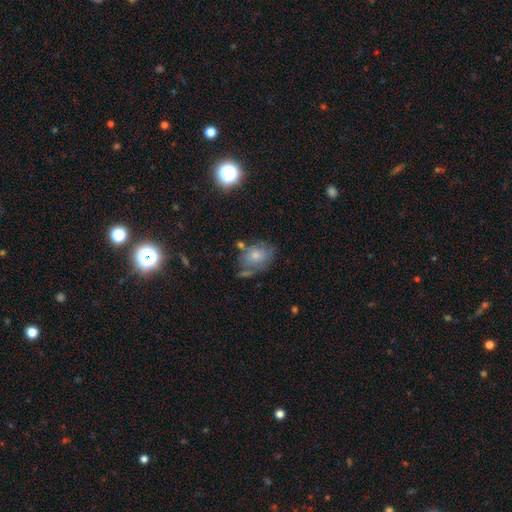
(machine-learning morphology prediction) smooth-or-featured: smooth: 65% | featured or disk: 26% | star or artifact: 10%
  how-rounded: in between: 63% | round: 36% | cigar-shaped: 1%
  merging: none: 49% | minor disturbance: 26% | major disturbance: 13% | merger: 12%